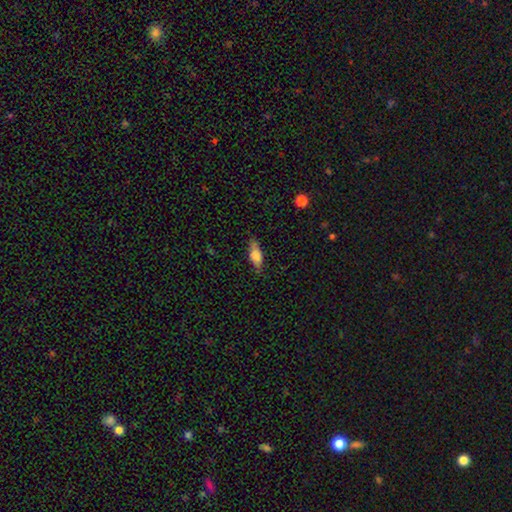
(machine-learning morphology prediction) A smooth galaxy with no disk features (69%) that is in between round and cigar-shaped (64%).

Vote fractions:
- Smooth or featured? smooth: 69% / featured or disk: 24% / star or artifact: 7%
- How rounded? in between: 64% / cigar-shaped: 33% / round: 3%
- Merging? none: 77% / minor disturbance: 18% / major disturbance: 4% / merger: 1%